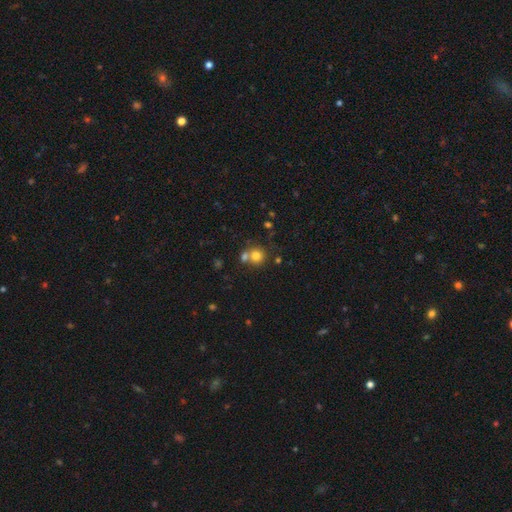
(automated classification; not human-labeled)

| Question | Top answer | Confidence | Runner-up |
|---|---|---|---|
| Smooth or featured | smooth | 76% | star or artifact (13%) |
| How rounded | round | 87% | in between (12%) |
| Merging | none | 52% | merger (36%) |